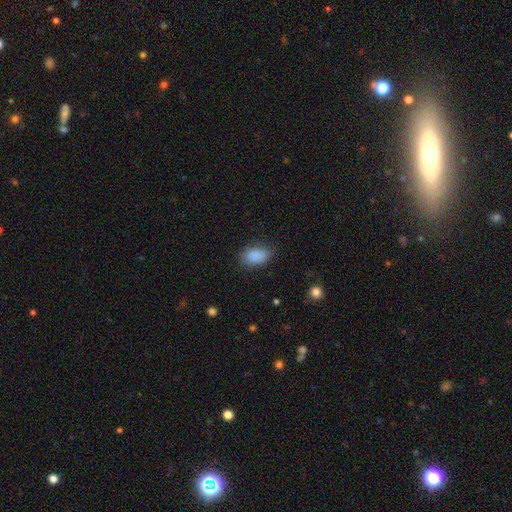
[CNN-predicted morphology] Overall: smooth (88%). How rounded: in between (89%). Merging: none (71%).